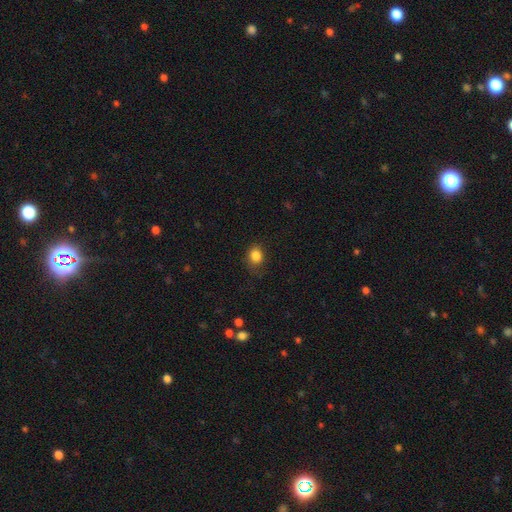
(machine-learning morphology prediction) smooth 85%, star or artifact 11%, featured or disk 5%. Down the decision tree: how rounded — round (60%); merging — none (74%).